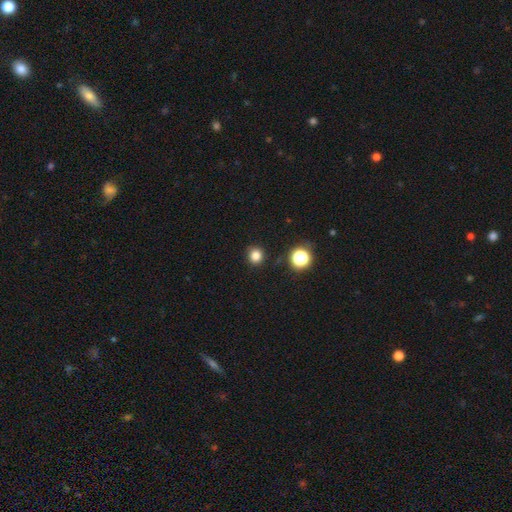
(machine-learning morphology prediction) A smooth galaxy with no disk features (81%) that is round (91%). Merging: none (90%).